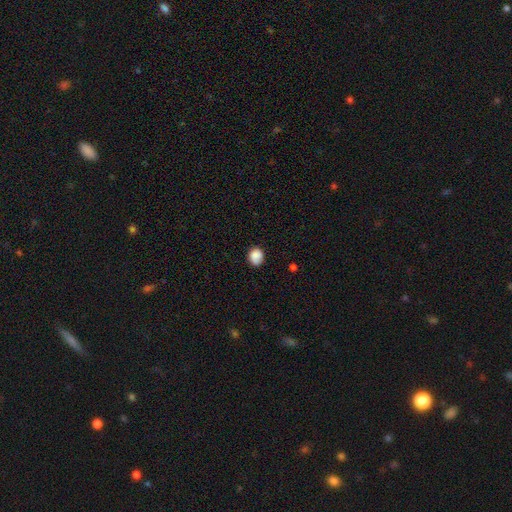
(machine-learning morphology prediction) Smooth or featured? smooth (86%)
How rounded? round (63%)
Merging? none (72%)